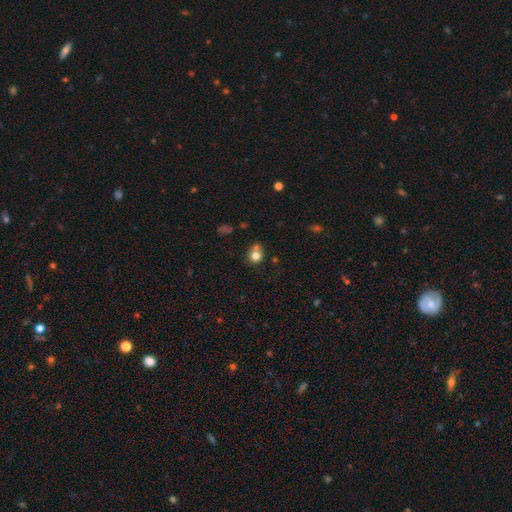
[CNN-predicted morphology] Q: Smooth or featured?
A: smooth (77%); runner-up: star or artifact (12%)
Q: How rounded?
A: round (78%); runner-up: in between (21%)
Q: Merging?
A: none (50%); runner-up: merger (27%)